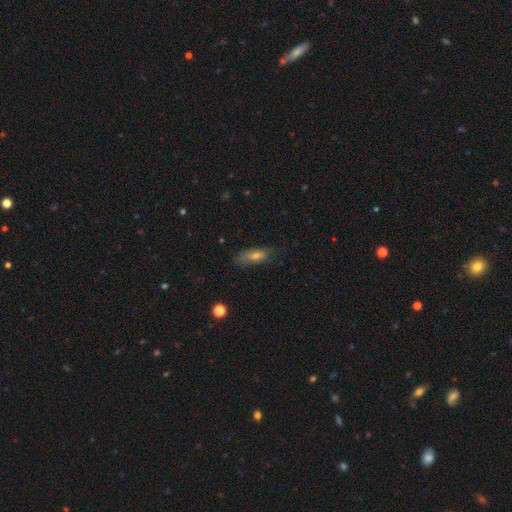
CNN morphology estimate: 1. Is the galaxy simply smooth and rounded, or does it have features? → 61% smooth, 26% featured or disk, 13% star or artifact.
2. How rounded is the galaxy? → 54% in between, 42% cigar-shaped, 4% round.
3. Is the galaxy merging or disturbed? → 70% none, 22% minor disturbance, 6% major disturbance, 2% merger.